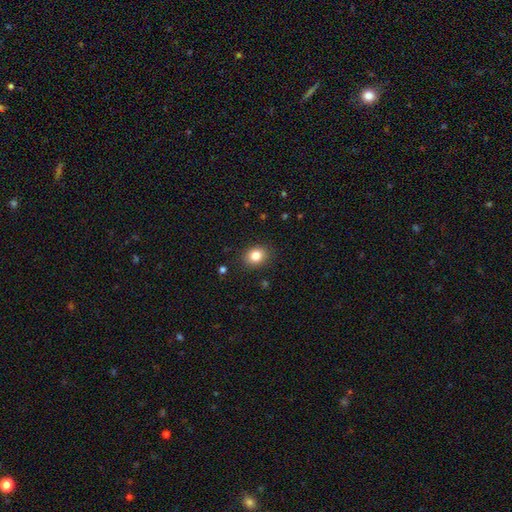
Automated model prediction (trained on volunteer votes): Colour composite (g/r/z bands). It shows a smooth galaxy with no disk features (83%) that is round (50%). Merging: none (88%).